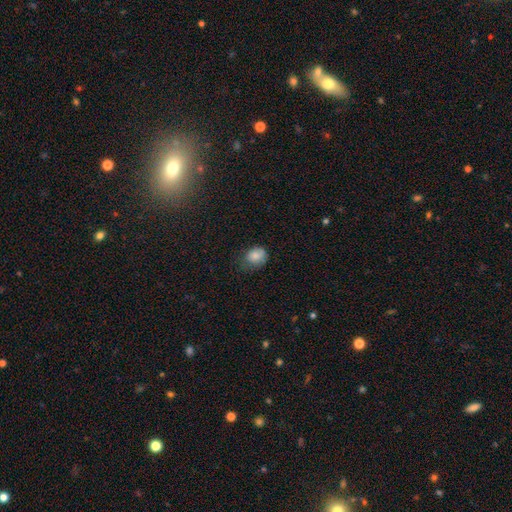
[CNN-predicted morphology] Smooth or featured?
  - smooth: 82% *
  - star or artifact: 9%
  - featured or disk: 9%
How rounded?
  - in between: 52% *
  - round: 47%
  - cigar-shaped: 1%
Merging?
  - none: 52% *
  - minor disturbance: 34%
  - major disturbance: 12%
  - merger: 2%